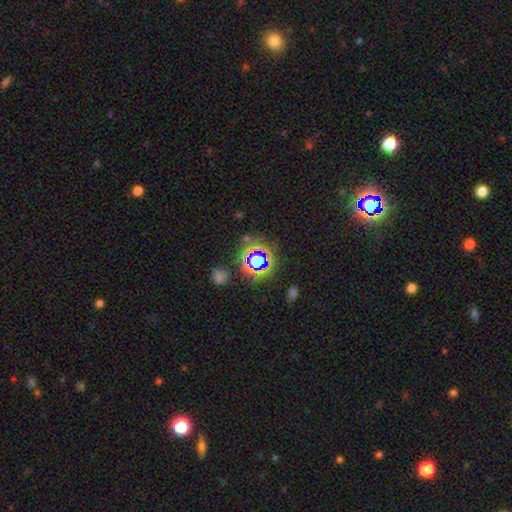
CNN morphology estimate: star or artifact 73%, smooth 19%, featured or disk 9%.